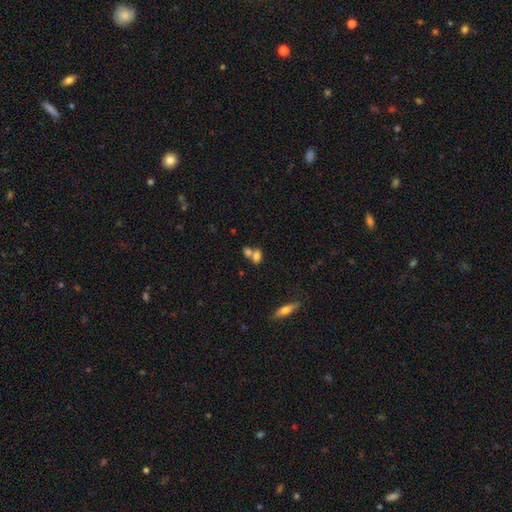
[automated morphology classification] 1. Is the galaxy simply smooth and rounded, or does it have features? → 72% smooth, 16% featured or disk, 11% star or artifact.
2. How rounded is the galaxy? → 70% in between, 26% round, 4% cigar-shaped.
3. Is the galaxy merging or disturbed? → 58% merger, 30% none, 8% minor disturbance, 4% major disturbance.